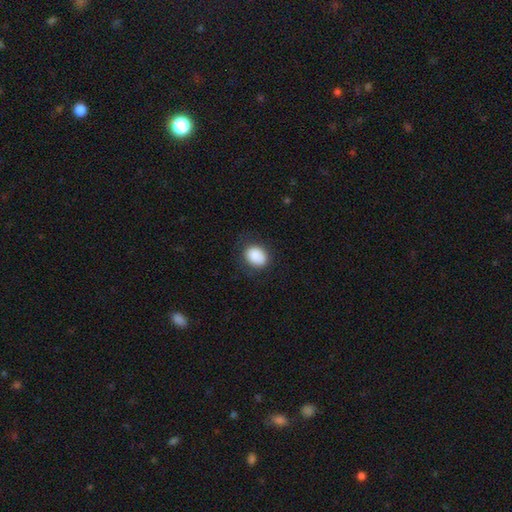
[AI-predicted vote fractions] This appears to be a smooth galaxy with no disk features (83%) that is in between round and cigar-shaped (51%). Merging: none (72%).